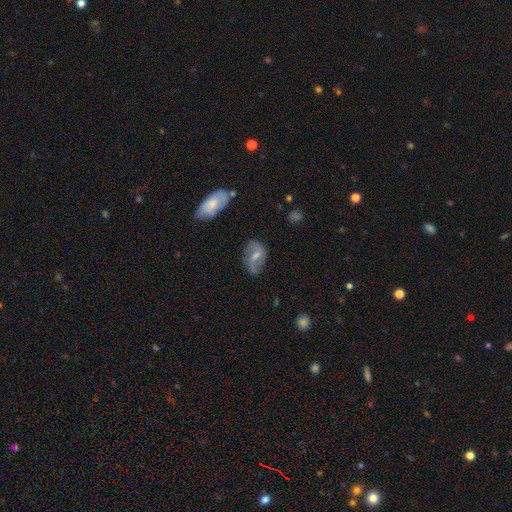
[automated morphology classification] This is possibly a featured or disk galaxy (51%). It is clearly not viewed edge-on (95%). Merging: likely none (66%).